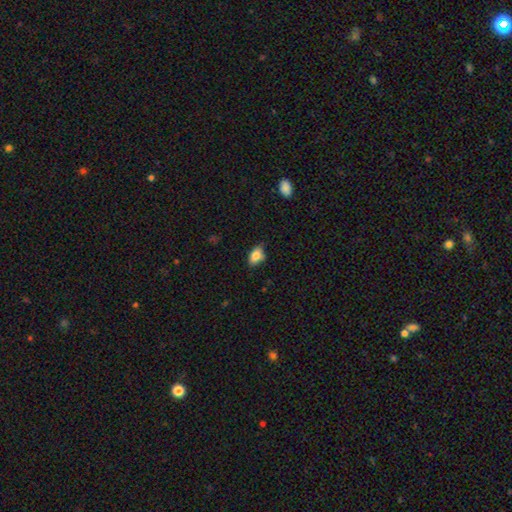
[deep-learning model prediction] A smooth galaxy with no disk features (81%) that is in between round and cigar-shaped (86%). Merging: none (73%).